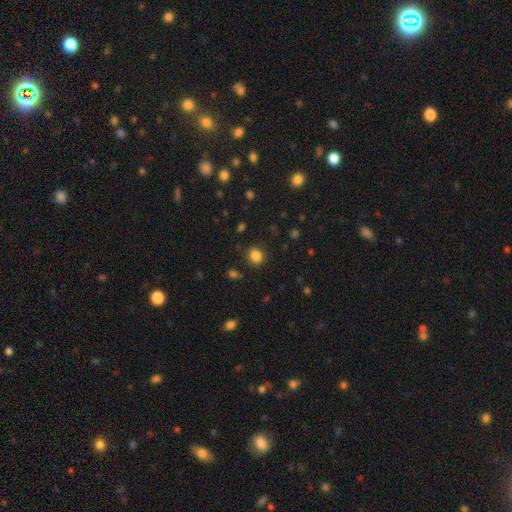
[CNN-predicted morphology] This appears to be a smooth galaxy with no disk features (84%) that is round (71%). Merging: none (86%).